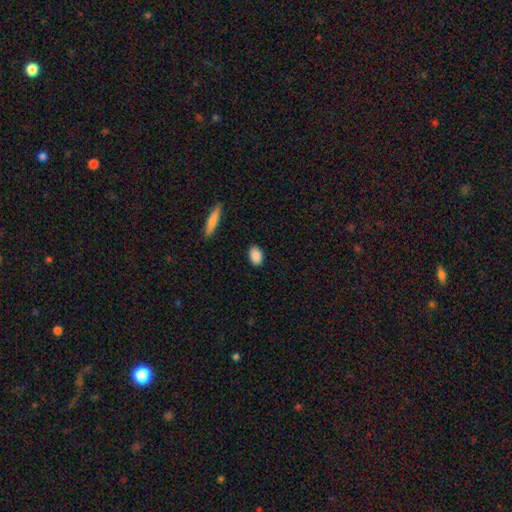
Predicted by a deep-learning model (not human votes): Smooth or featured?
  - smooth: 89% *
  - star or artifact: 7%
  - featured or disk: 4%
How rounded?
  - in between: 84% *
  - round: 14%
  - cigar-shaped: 3%
Merging?
  - none: 88% *
  - minor disturbance: 9%
  - major disturbance: 2%
  - merger: 1%